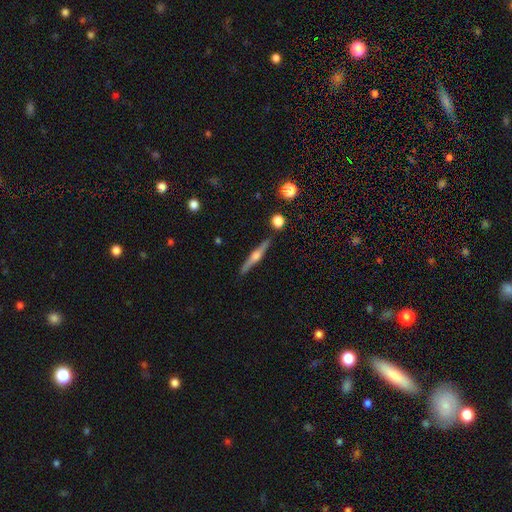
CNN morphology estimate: featured or disk 69%, smooth 25%, star or artifact 6%. Down the decision tree: edge-on disk — yes (98%); edge-on bulge — rounded (91%); merging — none (88%).